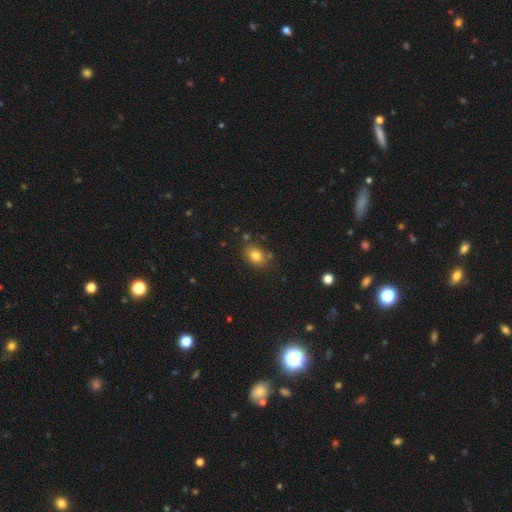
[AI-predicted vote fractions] A smooth galaxy with no disk features (81%) that is in between round and cigar-shaped (60%).

Vote fractions:
- Smooth or featured? smooth: 81% / star or artifact: 11% / featured or disk: 8%
- How rounded? in between: 60% / round: 39% / cigar-shaped: 1%
- Merging? none: 79% / minor disturbance: 13% / merger: 5% / major disturbance: 3%